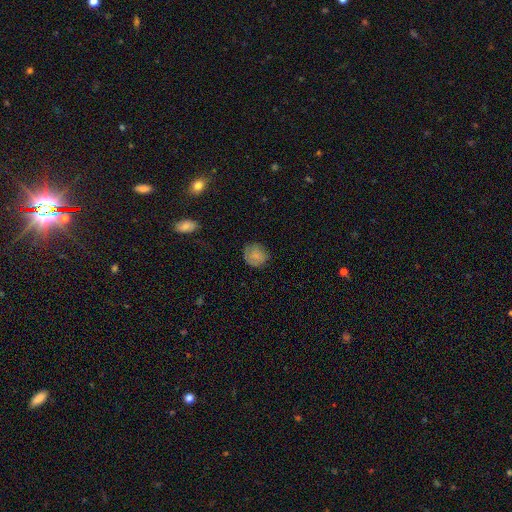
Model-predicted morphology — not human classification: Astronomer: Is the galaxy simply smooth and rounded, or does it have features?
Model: smooth — 72%.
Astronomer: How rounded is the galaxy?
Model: round — 84%.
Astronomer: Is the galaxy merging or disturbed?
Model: none — 76%.